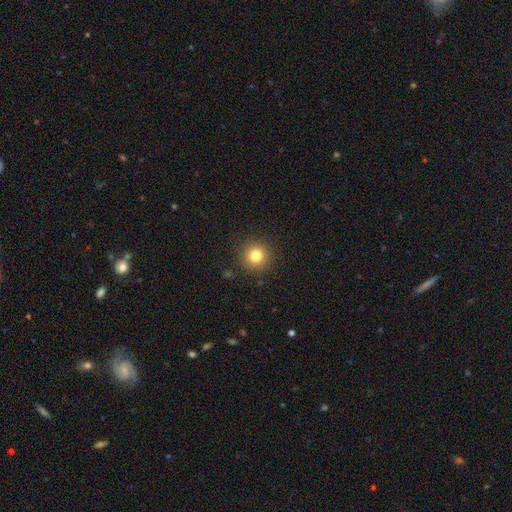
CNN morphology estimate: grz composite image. It shows a smooth galaxy with no disk features (80%) that is round (95%). Merging: none (90%).